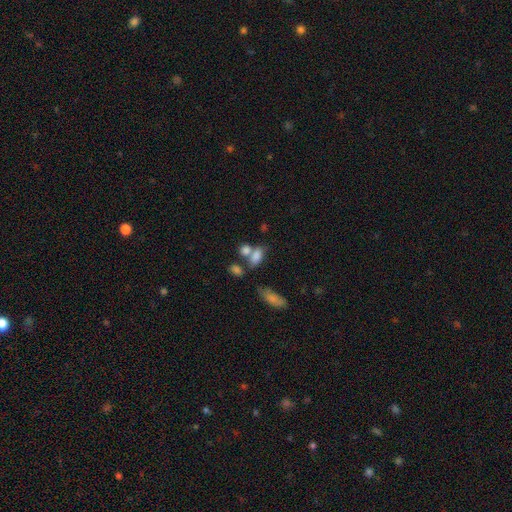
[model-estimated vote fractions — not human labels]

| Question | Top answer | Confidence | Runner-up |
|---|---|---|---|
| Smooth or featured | smooth | 77% | featured or disk (12%) |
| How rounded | in between | 79% | round (12%) |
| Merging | merger | 44% | none (37%) |